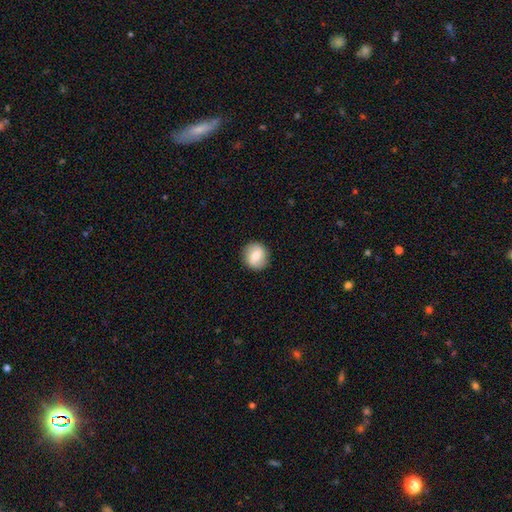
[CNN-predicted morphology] smooth_or_featured: smooth (p=0.70) [alt: featured or disk p=0.22]
how_rounded: round (p=0.88) [alt: in between p=0.11]
merging: none (p=0.88) [alt: minor disturbance p=0.08]